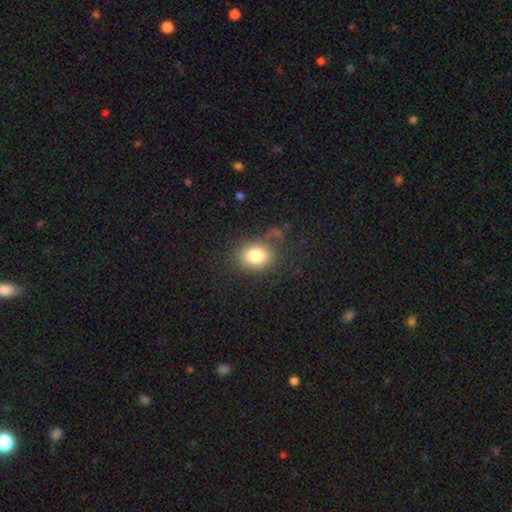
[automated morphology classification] Q: Smooth or featured?
A: smooth (82%); runner-up: star or artifact (9%)
Q: How rounded?
A: in between (61%); runner-up: round (38%)
Q: Merging?
A: none (72%); runner-up: minor disturbance (17%)